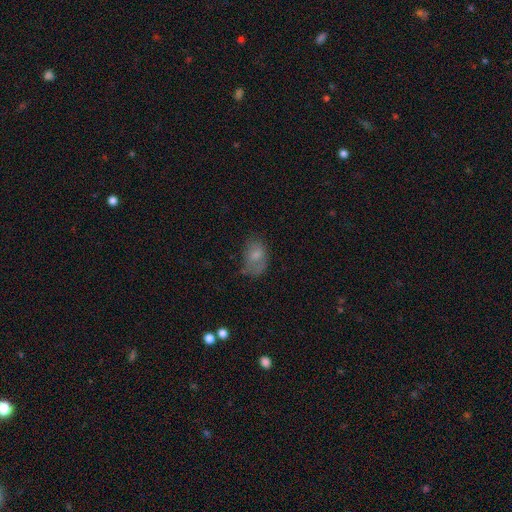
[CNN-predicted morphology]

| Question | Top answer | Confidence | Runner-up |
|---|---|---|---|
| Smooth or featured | smooth | 67% | featured or disk (22%) |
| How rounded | in between | 84% | round (14%) |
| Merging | none | 44% | minor disturbance (32%) |